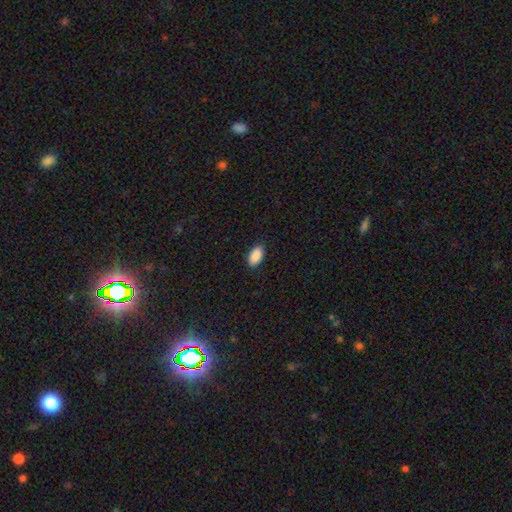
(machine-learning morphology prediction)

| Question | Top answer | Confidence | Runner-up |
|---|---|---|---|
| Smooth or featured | smooth | 91% | star or artifact (7%) |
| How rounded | in between | 95% | round (3%) |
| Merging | none | 88% | minor disturbance (9%) |